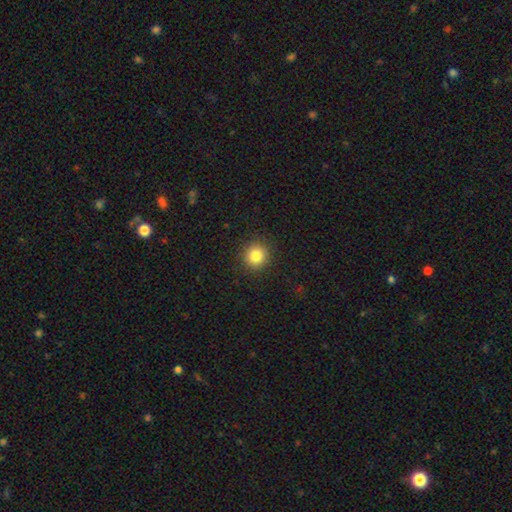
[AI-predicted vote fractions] A smooth galaxy with no disk features (84%) that is round (92%). Merging: none (91%).